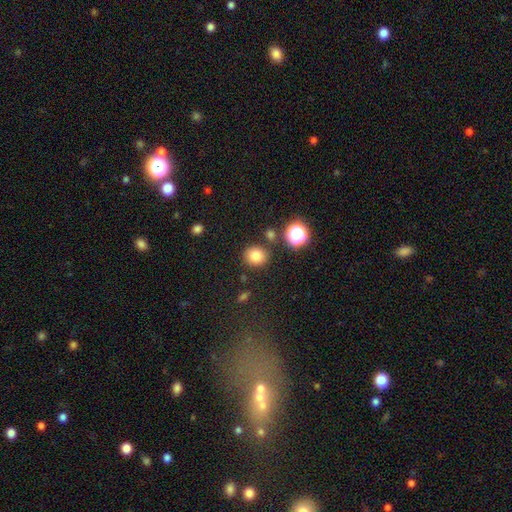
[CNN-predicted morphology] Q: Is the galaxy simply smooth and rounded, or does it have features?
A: smooth — 80%.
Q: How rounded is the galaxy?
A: round — 78%.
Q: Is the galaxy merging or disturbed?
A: none — 82%.